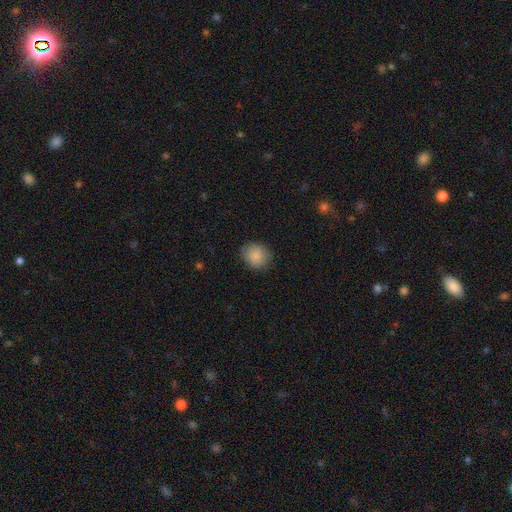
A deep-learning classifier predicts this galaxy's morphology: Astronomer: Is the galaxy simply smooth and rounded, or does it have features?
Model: smooth — 88%.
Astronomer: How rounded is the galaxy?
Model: round — 72%.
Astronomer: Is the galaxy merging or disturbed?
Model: none — 82%.